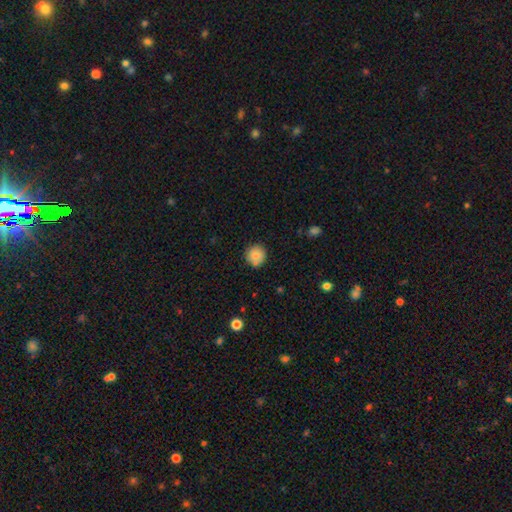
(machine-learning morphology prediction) A smooth galaxy with no disk features (82%) that is round (93%). Merging: none (79%).